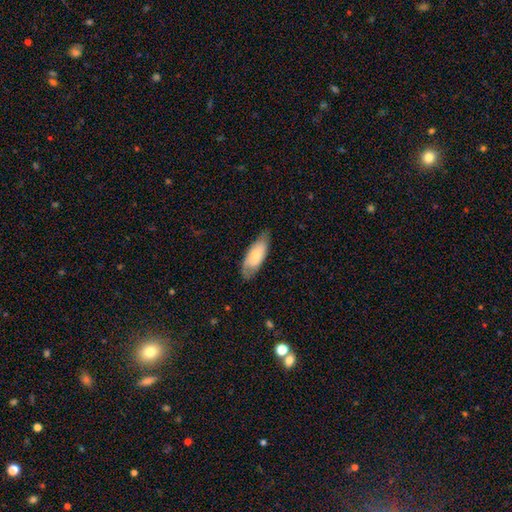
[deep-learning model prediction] This is likely a smooth galaxy (66%). How rounded: clearly in between (81%). Merging: likely none (68%).